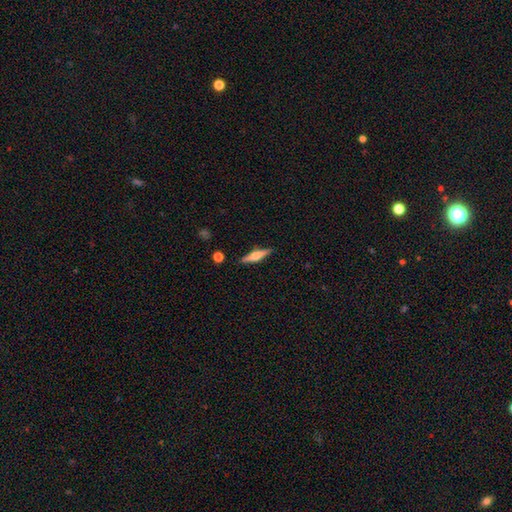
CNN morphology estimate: smooth_or_featured: featured or disk (p=0.58) [alt: smooth p=0.36]
disk_edge_on: yes (p=0.97) [alt: no p=0.03]
edge_on_bulge: rounded (p=0.87) [alt: boxy p=0.09]
merging: none (p=0.89) [alt: minor disturbance p=0.08]